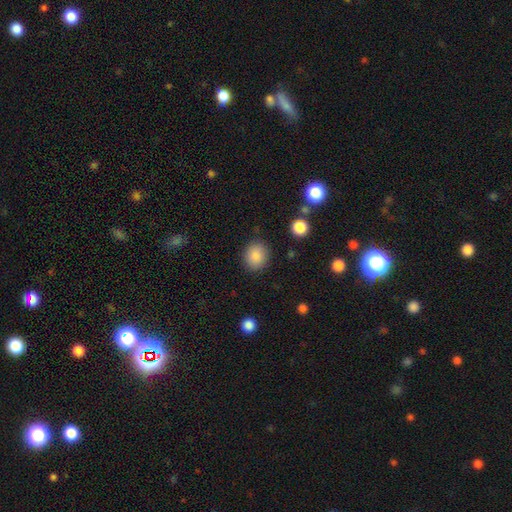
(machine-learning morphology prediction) The model was most divided on "how rounded": round: 72%, in between: 27%, cigar-shaped: 1%. More confident: merging — none (87%); smooth or featured — smooth (86%).